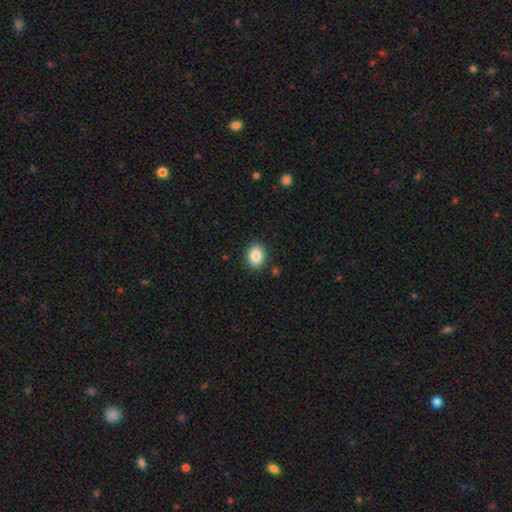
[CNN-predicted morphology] This appears to be a smooth galaxy with no disk features (87%) that is in between round and cigar-shaped (57%). Merging: none (88%).